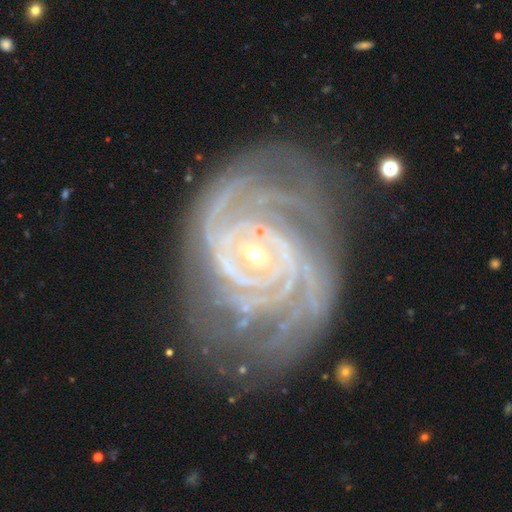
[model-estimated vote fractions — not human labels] Q: Smooth or featured?
A: featured or disk (92%); runner-up: star or artifact (5%)
Q: Edge-on disk?
A: no (98%); runner-up: yes (2%)
Q: Bar?
A: no (50%); runner-up: weak (32%)
Q: Spiral arms?
A: yes (98%); runner-up: no (2%)
Q: Spiral winding?
A: tight (76%); runner-up: medium (21%)
Q: Spiral arm count?
A: 4 (22%); runner-up: 3 (20%)
Q: Bulge size?
A: small (74%); runner-up: moderate (22%)
Q: Merging?
A: none (70%); runner-up: minor disturbance (19%)